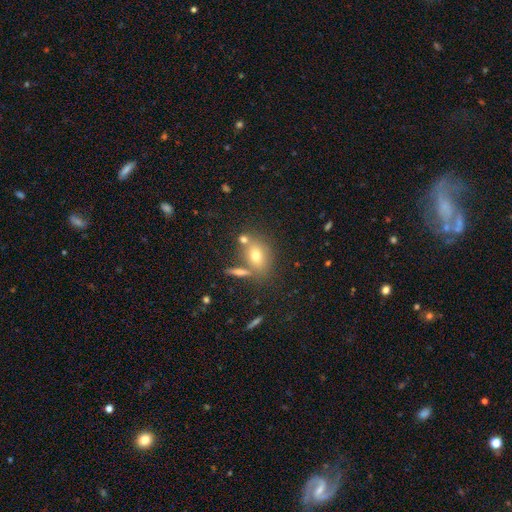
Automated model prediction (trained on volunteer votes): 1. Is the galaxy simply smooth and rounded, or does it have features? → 69% smooth, 18% featured or disk, 13% star or artifact.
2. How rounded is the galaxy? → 69% in between, 27% round, 4% cigar-shaped.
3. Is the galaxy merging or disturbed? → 63% none, 20% merger, 12% minor disturbance, 5% major disturbance.